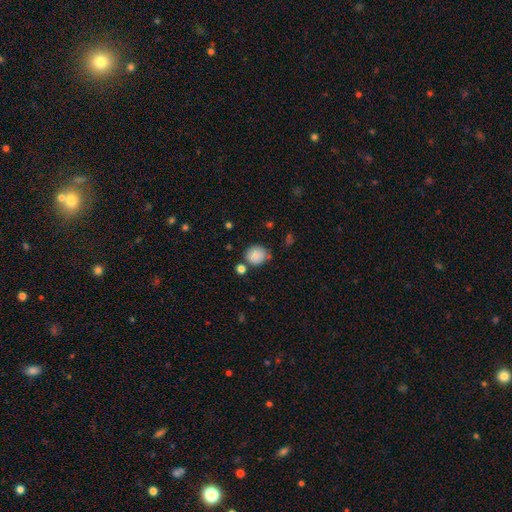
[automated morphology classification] Smooth or featured?
  - smooth: 85% *
  - star or artifact: 9%
  - featured or disk: 6%
How rounded?
  - round: 85% *
  - in between: 14%
  - cigar-shaped: 1%
Merging?
  - none: 69% *
  - minor disturbance: 17%
  - merger: 9%
  - major disturbance: 4%